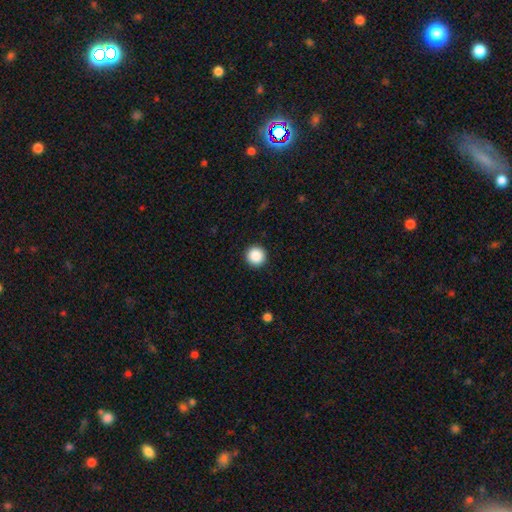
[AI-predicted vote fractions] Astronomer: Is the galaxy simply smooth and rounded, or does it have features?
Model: smooth — 88%.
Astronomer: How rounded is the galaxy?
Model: round — 96%.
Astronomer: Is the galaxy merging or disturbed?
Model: none — 93%.